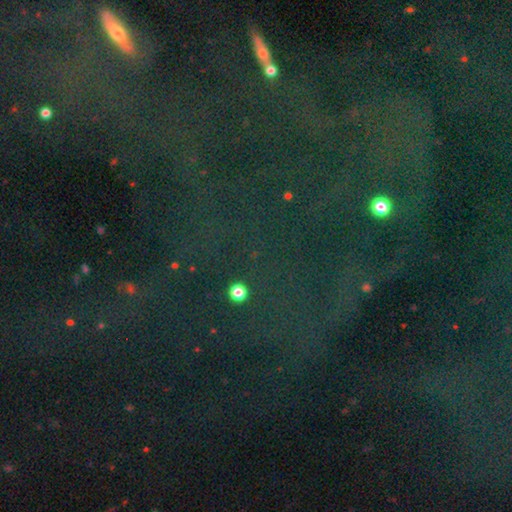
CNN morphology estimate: This appears to be a star or artifact, not a galaxy (81%).